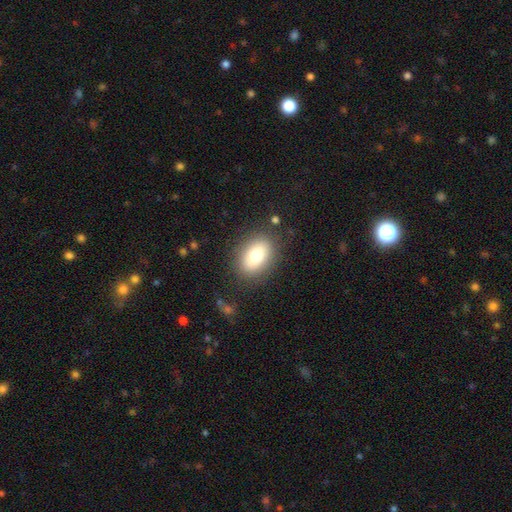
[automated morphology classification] This appears to be a smooth galaxy with no disk features (73%) that is in between round and cigar-shaped (77%). Merging: none (83%).